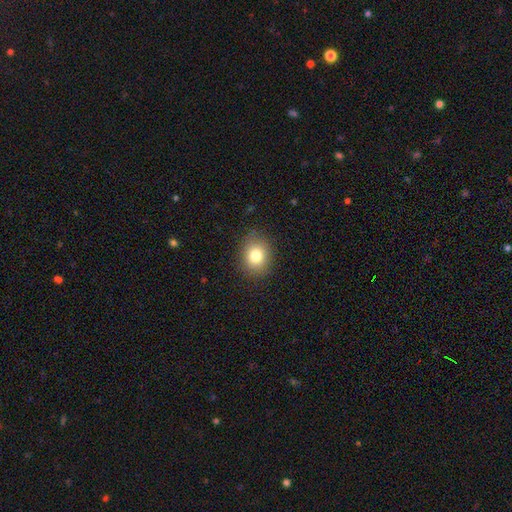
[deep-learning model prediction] This is clearly a smooth galaxy (80%). How rounded: likely round (61%). Merging: clearly none (87%).